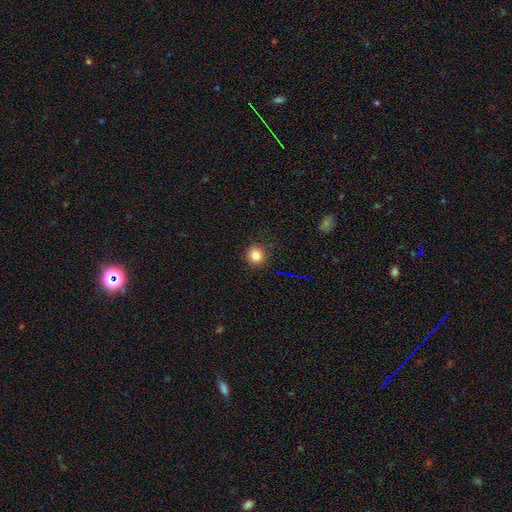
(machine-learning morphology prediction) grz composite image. It shows a smooth galaxy with no disk features (82%) that is round (90%). Merging: none (88%).